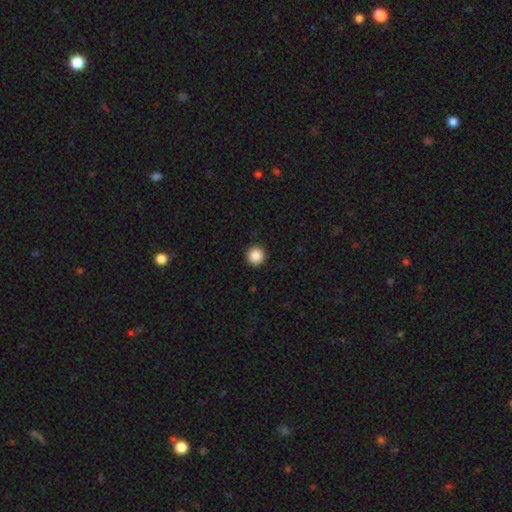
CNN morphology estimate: type=smooth (88%); roundness=round (96%); merging=none (93%).